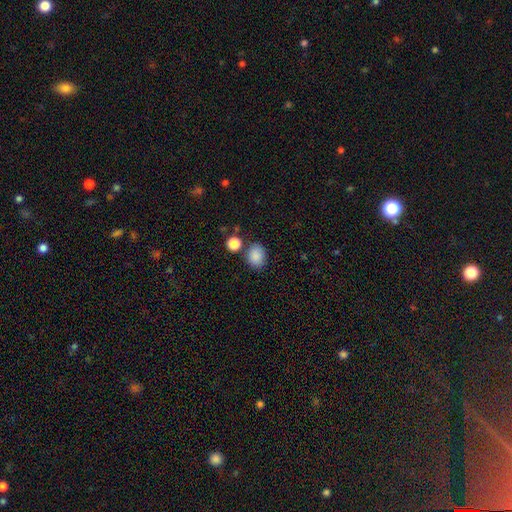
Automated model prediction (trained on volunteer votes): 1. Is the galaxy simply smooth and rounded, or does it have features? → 88% smooth, 8% star or artifact, 4% featured or disk.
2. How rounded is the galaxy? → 58% in between, 41% round, 1% cigar-shaped.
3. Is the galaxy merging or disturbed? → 77% none, 12% minor disturbance, 8% merger, 3% major disturbance.